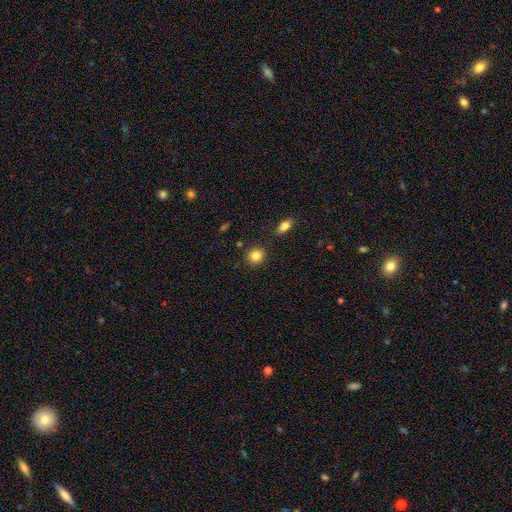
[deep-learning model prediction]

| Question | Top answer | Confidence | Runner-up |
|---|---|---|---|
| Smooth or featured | smooth | 84% | star or artifact (10%) |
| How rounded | round | 86% | in between (13%) |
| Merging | none | 89% | minor disturbance (7%) |